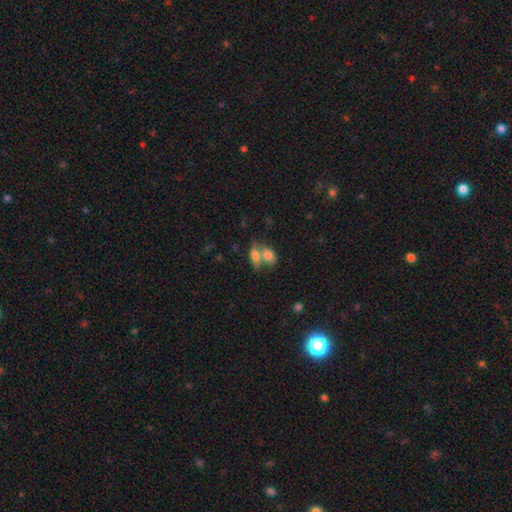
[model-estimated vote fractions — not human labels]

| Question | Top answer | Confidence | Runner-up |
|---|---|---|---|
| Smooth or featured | smooth | 74% | featured or disk (17%) |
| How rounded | in between | 78% | round (11%) |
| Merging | merger | 56% | none (31%) |